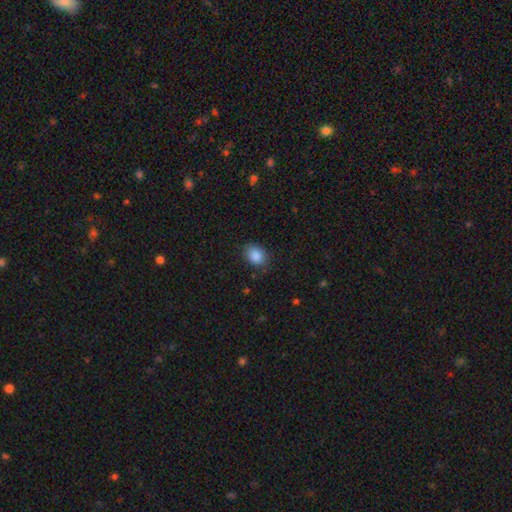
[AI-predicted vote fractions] smooth-or-featured: smooth: 87% | star or artifact: 8% | featured or disk: 4%
  how-rounded: in between: 67% | round: 32% | cigar-shaped: 1%
  merging: none: 82% | minor disturbance: 14% | major disturbance: 3% | merger: 1%